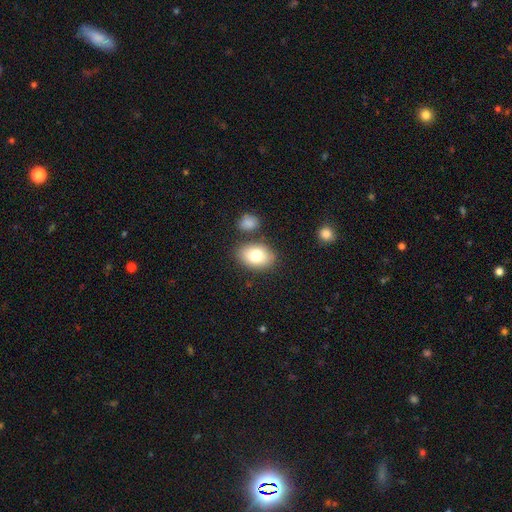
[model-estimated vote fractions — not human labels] smooth_or_featured: smooth (p=0.79) [alt: featured or disk p=0.13]
how_rounded: in between (p=0.80) [alt: round p=0.18]
merging: none (p=0.76) [alt: minor disturbance p=0.12]